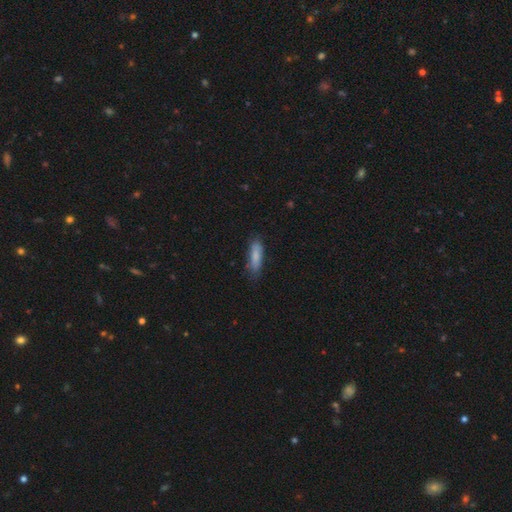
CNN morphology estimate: smooth-or-featured: smooth: 81% | featured or disk: 12% | star or artifact: 7%
  how-rounded: cigar-shaped: 54% | in between: 44% | round: 2%
  merging: none: 73% | minor disturbance: 21% | major disturbance: 5% | merger: 2%